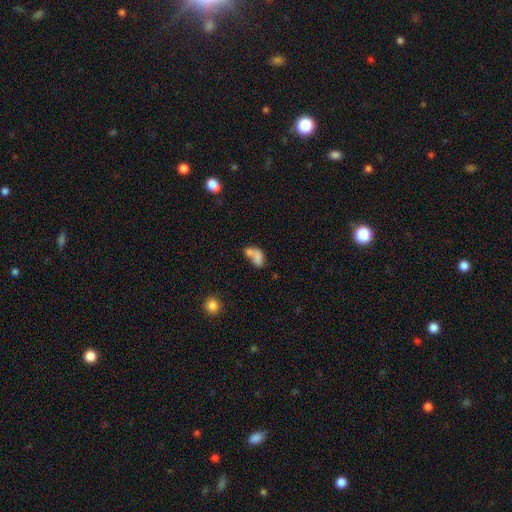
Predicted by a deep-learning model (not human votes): Smooth or featured: smooth — 70% (featured or disk — 19%)
How rounded: in between — 82% (round — 15%)
Merging: merger — 60% (none — 20%)